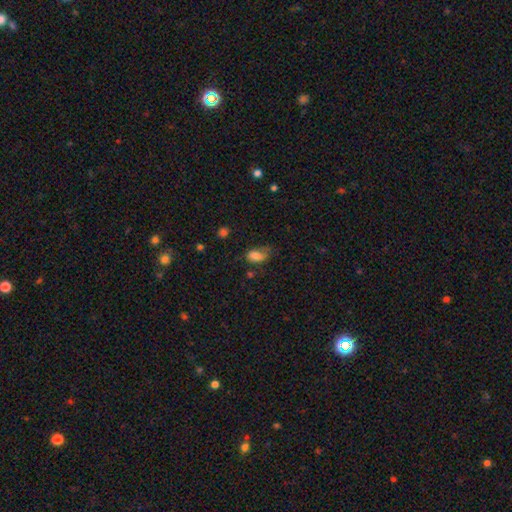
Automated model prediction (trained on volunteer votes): Smooth or featured? smooth (78%)
How rounded? in between (88%)
Merging? none (39%)